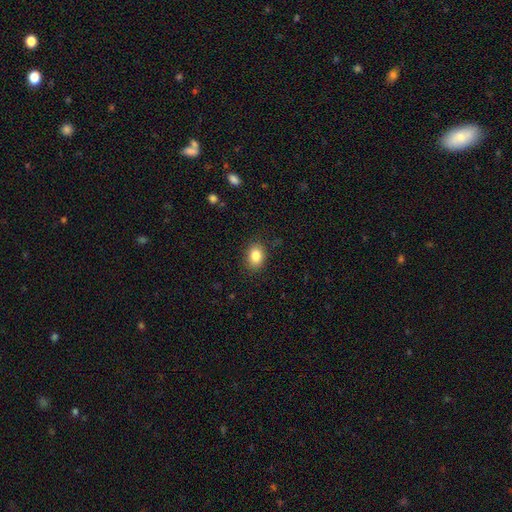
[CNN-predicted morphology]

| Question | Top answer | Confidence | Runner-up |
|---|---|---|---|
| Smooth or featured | smooth | 85% | star or artifact (9%) |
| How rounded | in between | 67% | round (32%) |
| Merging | none | 86% | minor disturbance (10%) |